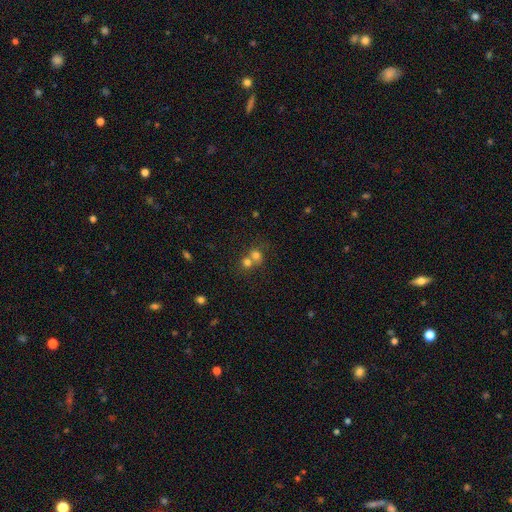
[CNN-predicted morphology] Smooth or featured: smooth — 73% (star or artifact — 14%)
How rounded: round — 76% (in between — 23%)
Merging: merger — 59% (none — 32%)